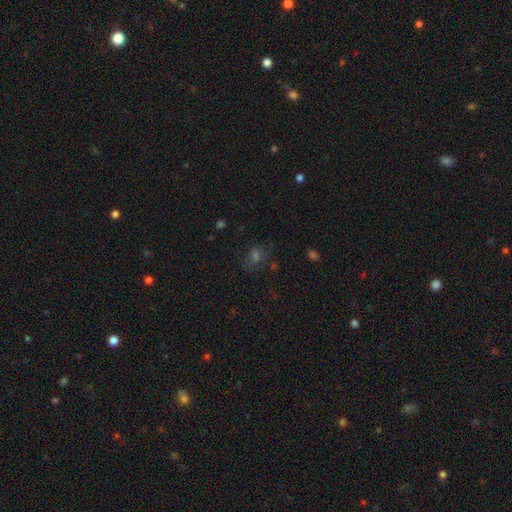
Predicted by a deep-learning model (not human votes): smooth 42%, star or artifact 38%, featured or disk 19%. Down the decision tree: merging — none (67%).